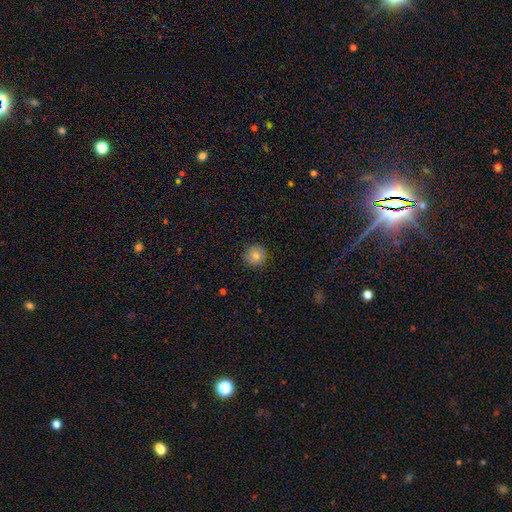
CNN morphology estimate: type=smooth (79%); roundness=round (95%); merging=none (88%).